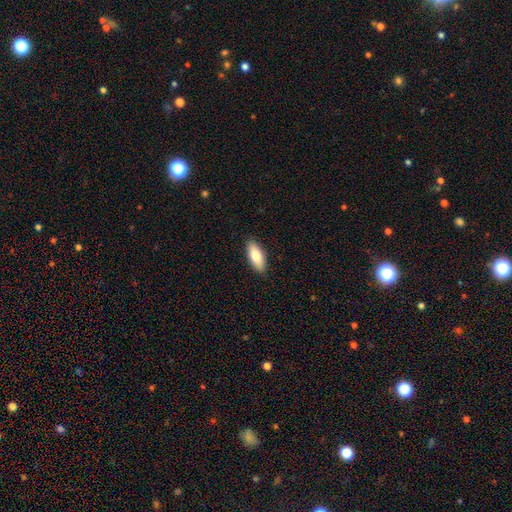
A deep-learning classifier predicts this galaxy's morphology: This is likely a smooth galaxy (78%). How rounded: likely in between (80%). Merging: clearly none (90%).